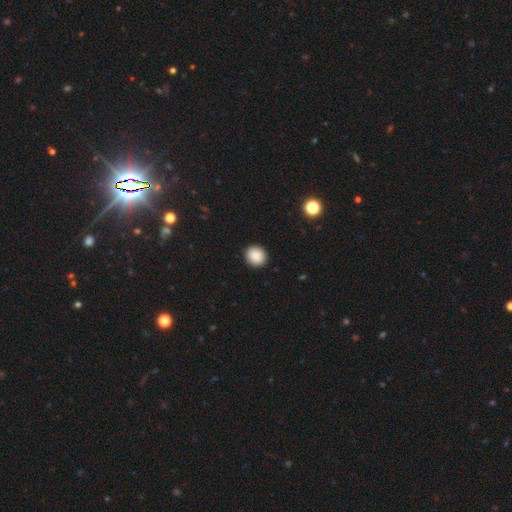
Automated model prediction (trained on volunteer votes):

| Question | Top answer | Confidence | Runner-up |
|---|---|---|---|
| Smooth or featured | smooth | 88% | star or artifact (9%) |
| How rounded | round | 87% | in between (12%) |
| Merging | none | 91% | minor disturbance (6%) |